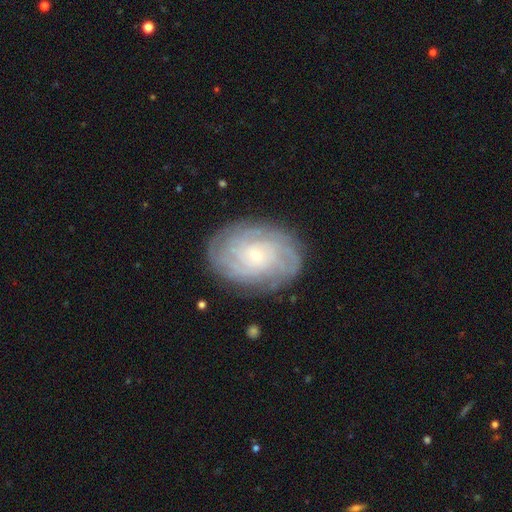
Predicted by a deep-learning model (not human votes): A featured or disk galaxy (80%) with no bar (78%), tight (79%) spiral arms (95%) and a small central bulge (80%). Merging: none (82%).